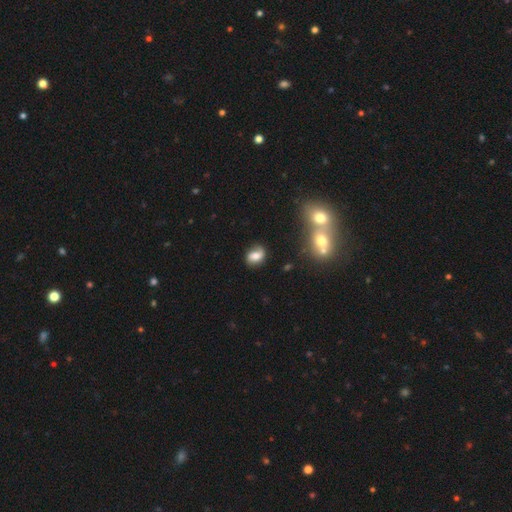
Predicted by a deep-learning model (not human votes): smooth 60%, featured or disk 29%, star or artifact 11%. Down the decision tree: how rounded — in between (69%); merging — none (71%).